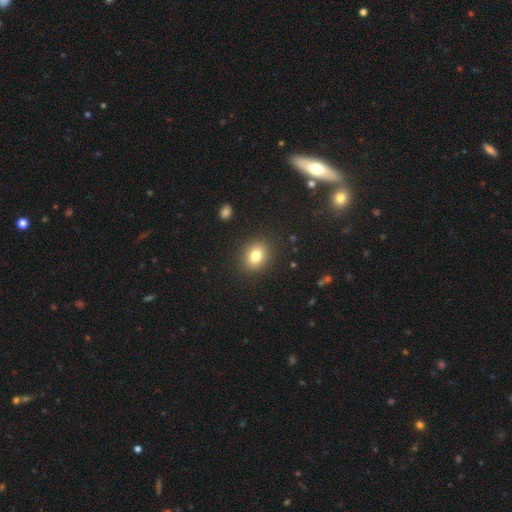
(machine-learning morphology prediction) This is likely a smooth galaxy (79%). How rounded: possibly round (57%). Merging: clearly none (89%).